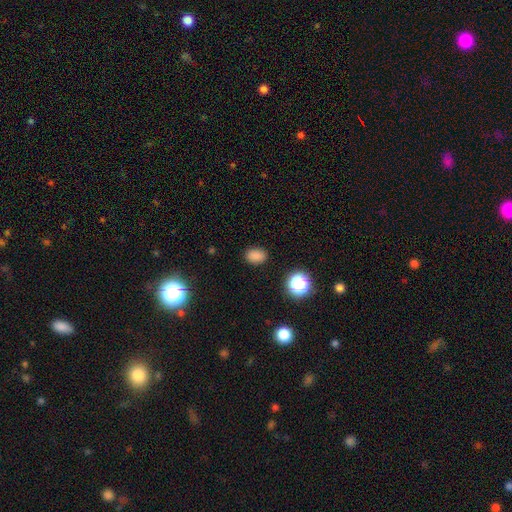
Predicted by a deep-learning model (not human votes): Smooth or featured: smooth — 82% (star or artifact — 14%)
How rounded: in between — 73% (round — 26%)
Merging: none — 86% (minor disturbance — 9%)